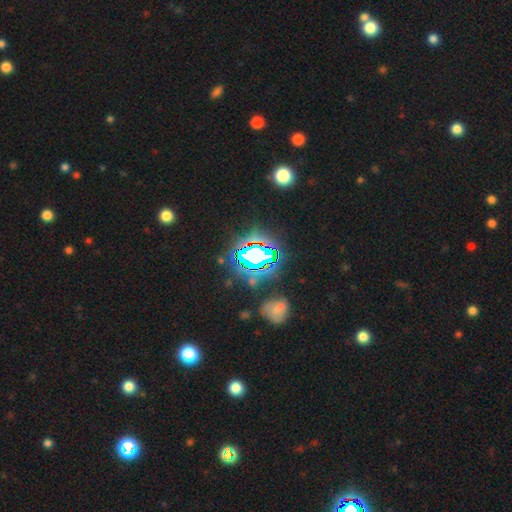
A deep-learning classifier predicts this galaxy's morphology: Smooth or featured: star or artifact — 72% (smooth — 17%)